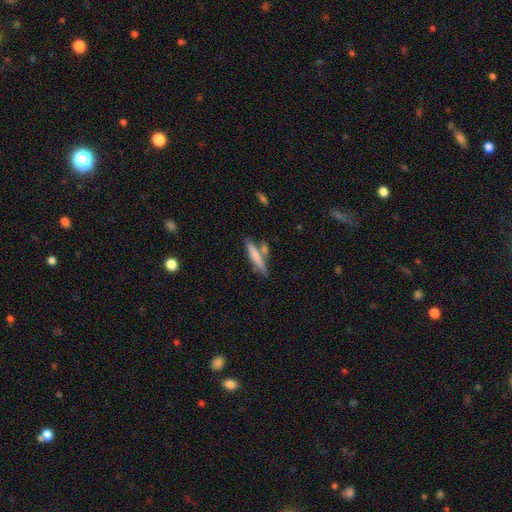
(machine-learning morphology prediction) Smooth or featured? Predicted: smooth (p=0.68). How rounded? Predicted: cigar-shaped (p=0.87). Merging? Predicted: none (p=0.63).